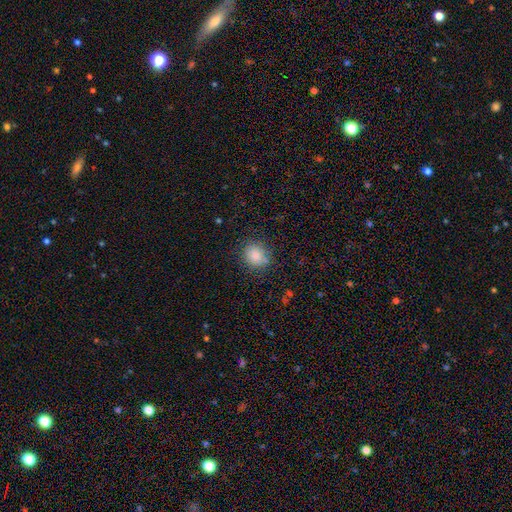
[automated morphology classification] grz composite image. It shows a smooth galaxy with no disk features (85%) that is round (73%). Merging: none (80%).